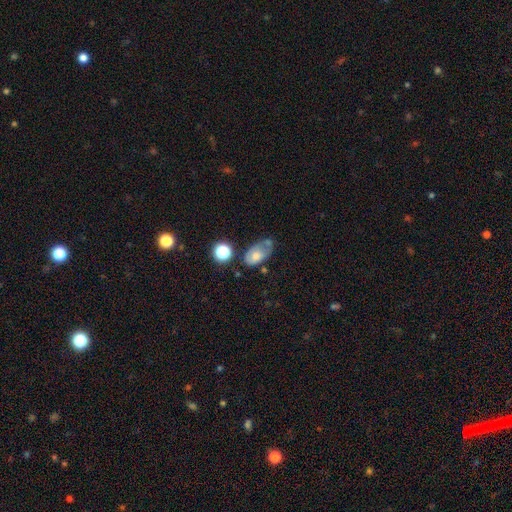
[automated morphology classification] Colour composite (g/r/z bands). It shows a smooth galaxy with no disk features (57%) that is in between round and cigar-shaped (87%). Merging: none (37%).